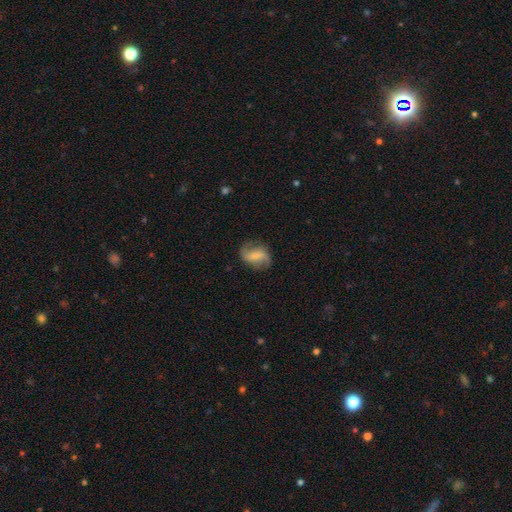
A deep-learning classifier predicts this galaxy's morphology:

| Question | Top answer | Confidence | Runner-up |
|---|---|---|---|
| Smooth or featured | featured or disk | 62% | smooth (30%) |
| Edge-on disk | no | 96% | yes (4%) |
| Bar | weak | 42% | strong (31%) |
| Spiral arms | yes | 89% | no (11%) |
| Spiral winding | loose | 67% | medium (25%) |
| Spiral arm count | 2 | 88% | can't tell (5%) |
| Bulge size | small | 35% | none (34%) |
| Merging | none | 73% | minor disturbance (18%) |